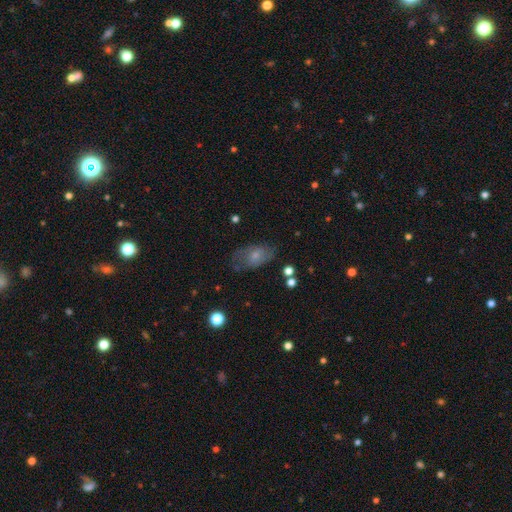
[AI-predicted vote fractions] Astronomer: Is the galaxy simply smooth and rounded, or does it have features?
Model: smooth — 59%.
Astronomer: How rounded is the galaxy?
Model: in between — 89%.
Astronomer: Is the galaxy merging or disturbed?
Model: none — 59%.